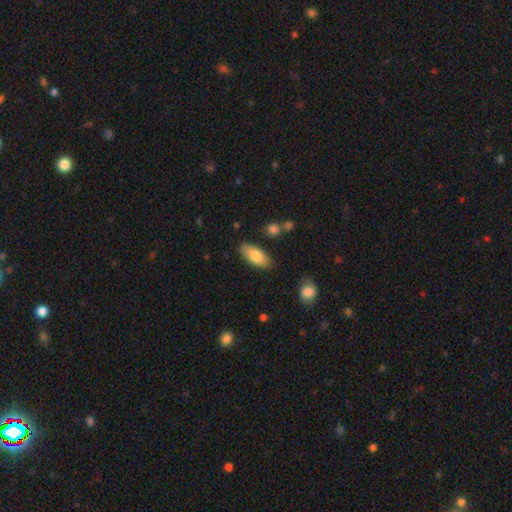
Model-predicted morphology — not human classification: This appears to be a smooth galaxy with no disk features (78%) that is in between round and cigar-shaped (83%). Merging: none (83%).